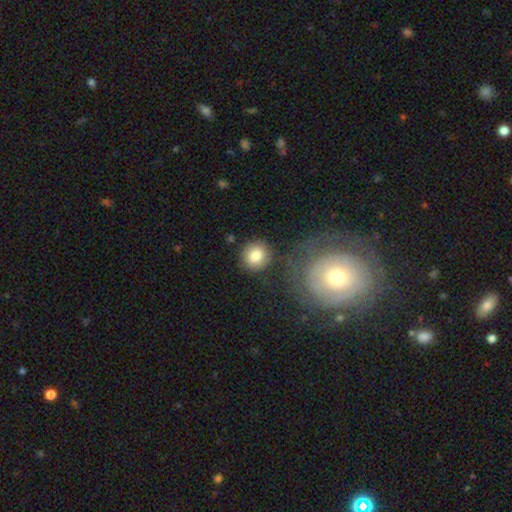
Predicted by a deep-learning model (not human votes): Smooth or featured? Predicted: smooth (p=0.83). How rounded? Predicted: round (p=0.90). Merging? Predicted: none (p=0.83).